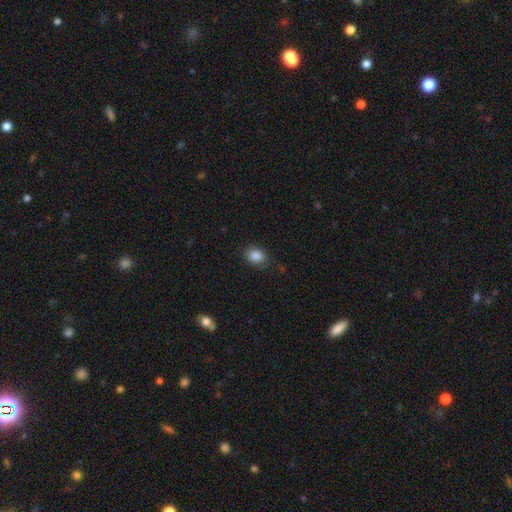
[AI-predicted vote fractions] This appears to be a smooth galaxy with no disk features (86%) that is in between round and cigar-shaped (59%). Merging: none (81%).